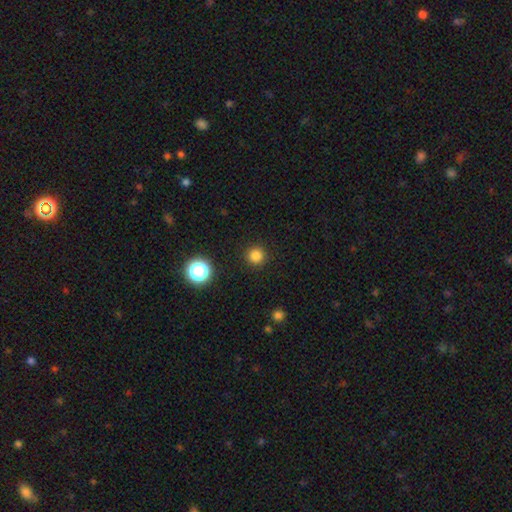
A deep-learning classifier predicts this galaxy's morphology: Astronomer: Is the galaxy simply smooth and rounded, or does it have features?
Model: smooth — 81%.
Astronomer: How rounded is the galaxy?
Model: round — 96%.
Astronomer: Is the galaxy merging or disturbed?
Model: none — 92%.